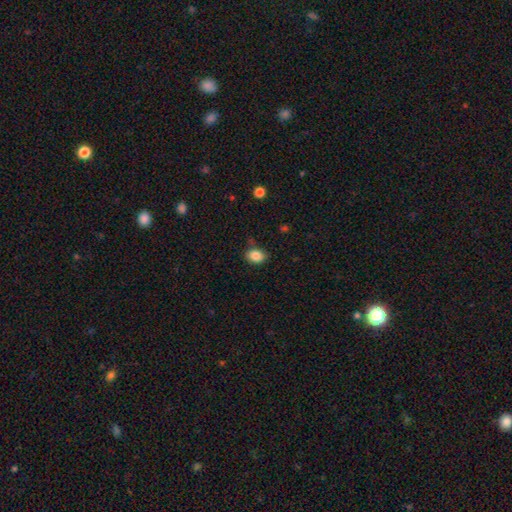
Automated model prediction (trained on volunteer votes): Smooth or featured?
  - smooth: 86% *
  - star or artifact: 9%
  - featured or disk: 5%
How rounded?
  - in between: 68% *
  - round: 31%
  - cigar-shaped: 1%
Merging?
  - none: 79% *
  - minor disturbance: 15%
  - major disturbance: 3%
  - merger: 2%